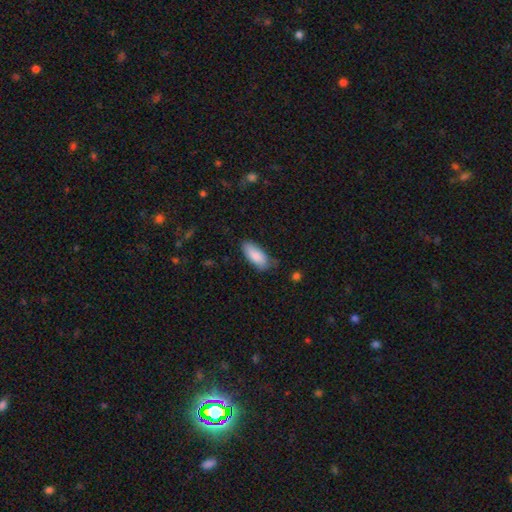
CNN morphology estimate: A smooth galaxy with no disk features (86%) that is in between round and cigar-shaped (84%).

Vote fractions:
- Smooth or featured? smooth: 86% / featured or disk: 8% / star or artifact: 6%
- How rounded? in between: 84% / cigar-shaped: 15% / round: 2%
- Merging? none: 68% / minor disturbance: 25% / major disturbance: 5% / merger: 2%